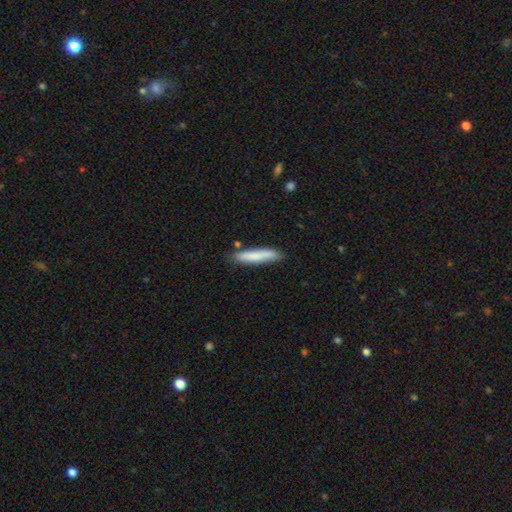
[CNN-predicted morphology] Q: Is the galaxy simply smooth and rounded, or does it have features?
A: smooth — 78%.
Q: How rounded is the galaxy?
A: cigar-shaped — 91%.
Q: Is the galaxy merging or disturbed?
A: none — 80%.